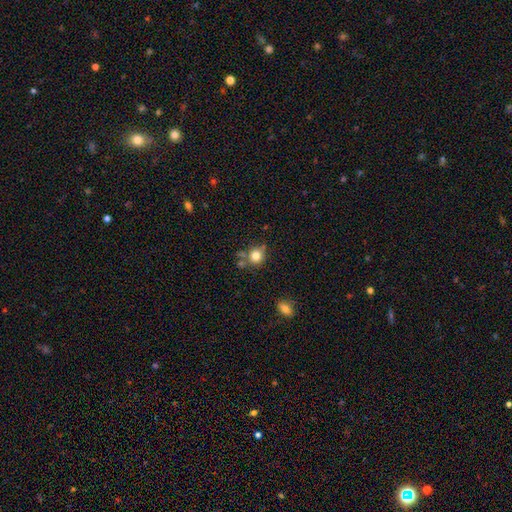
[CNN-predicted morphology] Smooth or featured?
  - smooth: 78% *
  - star or artifact: 12%
  - featured or disk: 10%
How rounded?
  - round: 84% *
  - in between: 15%
  - cigar-shaped: 1%
Merging?
  - none: 61% *
  - merger: 18%
  - minor disturbance: 16%
  - major disturbance: 5%